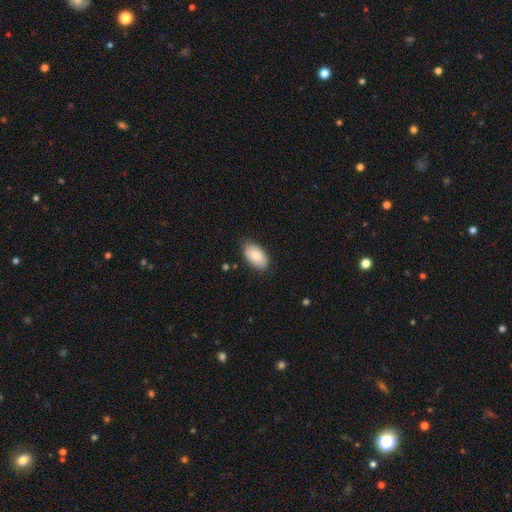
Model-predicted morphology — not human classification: Q: Smooth or featured?
A: smooth (82%); runner-up: featured or disk (12%)
Q: How rounded?
A: in between (94%); runner-up: round (4%)
Q: Merging?
A: none (80%); runner-up: minor disturbance (17%)